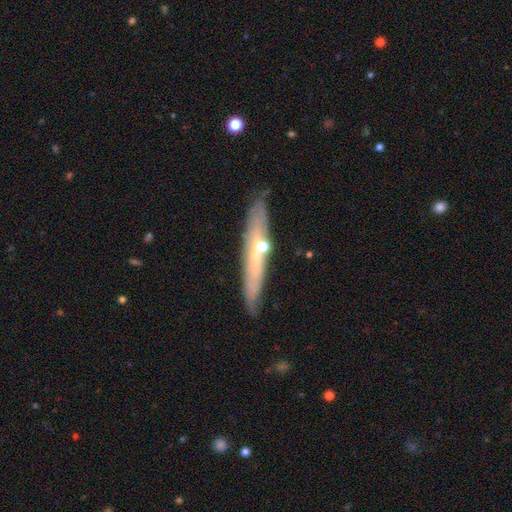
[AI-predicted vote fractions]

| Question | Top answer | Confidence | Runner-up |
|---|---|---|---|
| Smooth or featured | featured or disk | 57% | smooth (36%) |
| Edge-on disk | yes | 80% | no (20%) |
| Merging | none | 80% | minor disturbance (12%) |